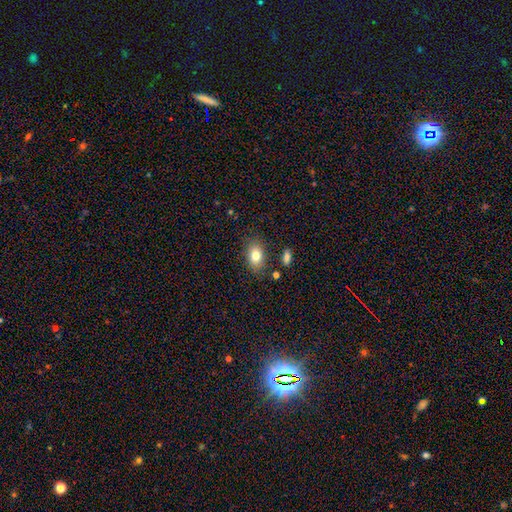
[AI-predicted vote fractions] This appears to be a smooth galaxy with no disk features (80%) that is in between round and cigar-shaped (84%). Merging: none (81%).